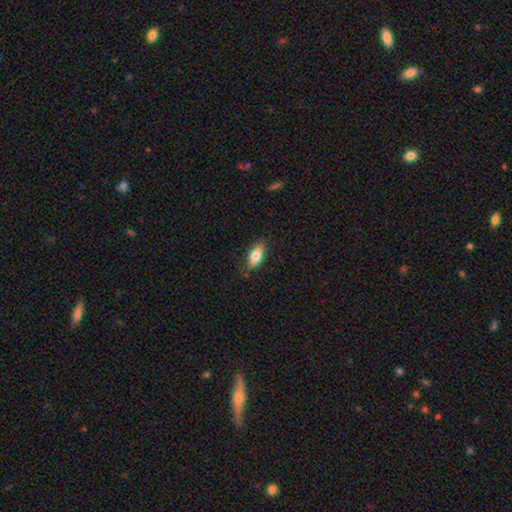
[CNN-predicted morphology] This is likely a smooth galaxy (74%). How rounded: clearly in between (84%). Merging: clearly none (82%).